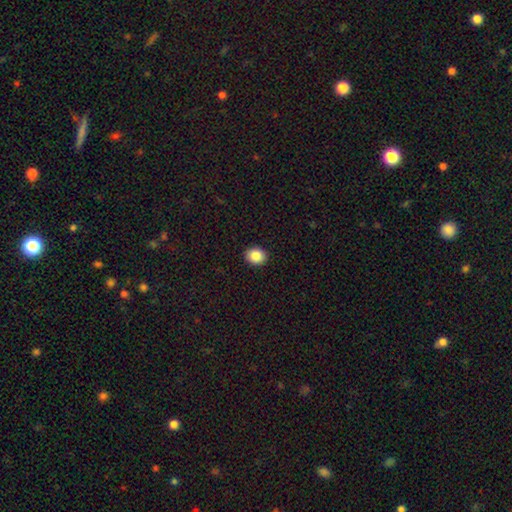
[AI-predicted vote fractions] Smooth or featured: smooth — 87% (star or artifact — 9%)
How rounded: round — 66% (in between — 33%)
Merging: none — 92% (minor disturbance — 6%)